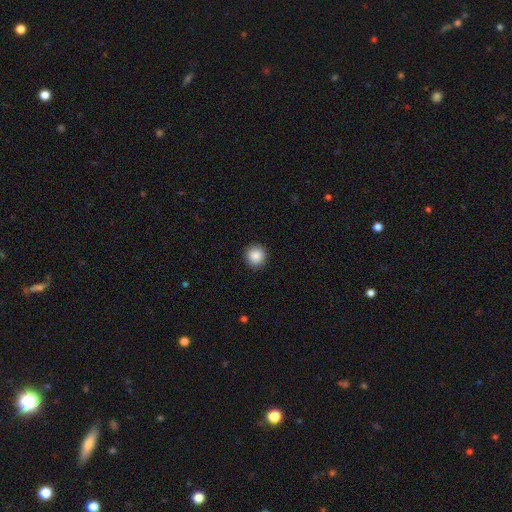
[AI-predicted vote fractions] A smooth galaxy with no disk features (88%) that is round (95%). Merging: none (92%).